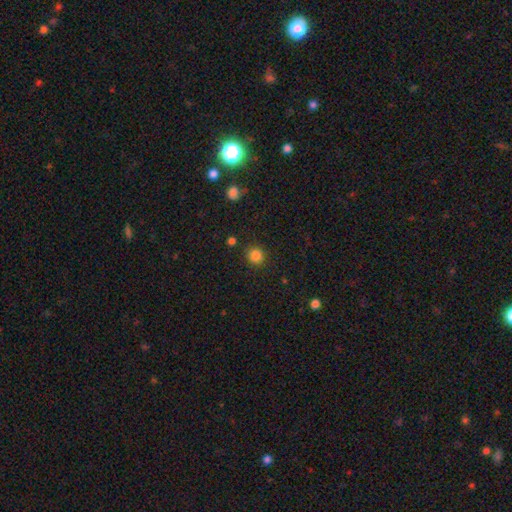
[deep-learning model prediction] The model was most divided on "smooth or featured": smooth: 83%, star or artifact: 12%, featured or disk: 4%. More confident: how rounded — round (91%); merging — none (88%).